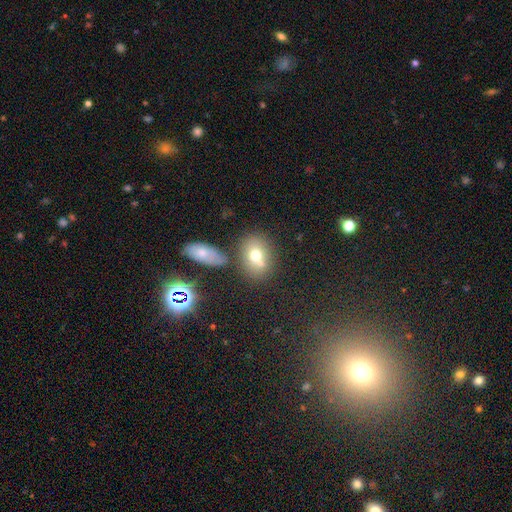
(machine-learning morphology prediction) A smooth galaxy with no disk features (69%) that is in between round and cigar-shaped (54%). Merging: none (54%).